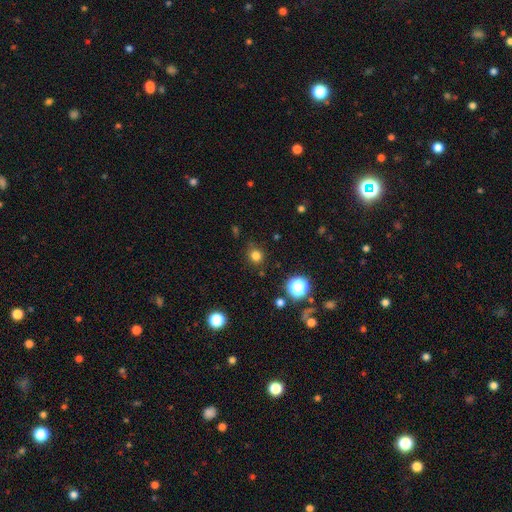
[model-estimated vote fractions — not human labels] Q: Smooth or featured?
A: smooth (78%); runner-up: star or artifact (17%)
Q: How rounded?
A: round (88%); runner-up: in between (11%)
Q: Merging?
A: none (84%); runner-up: minor disturbance (11%)